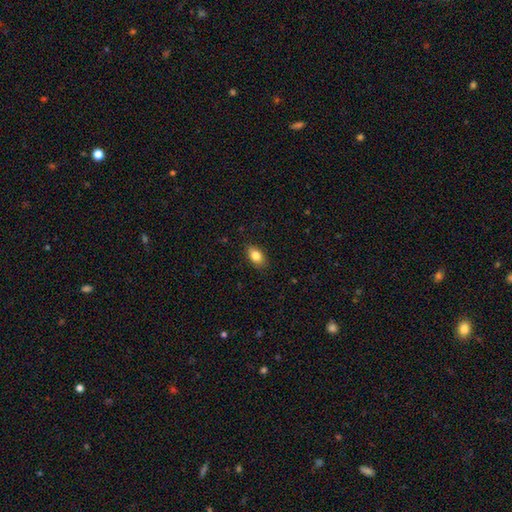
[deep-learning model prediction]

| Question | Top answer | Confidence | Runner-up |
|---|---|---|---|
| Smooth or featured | smooth | 84% | star or artifact (8%) |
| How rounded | in between | 87% | round (11%) |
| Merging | none | 86% | minor disturbance (11%) |